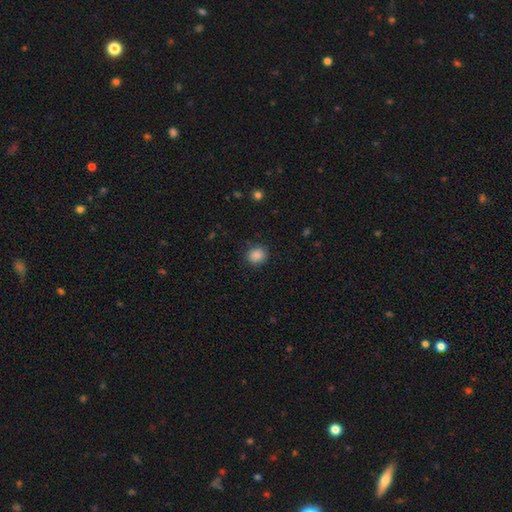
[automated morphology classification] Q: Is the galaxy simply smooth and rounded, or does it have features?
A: smooth — 87%.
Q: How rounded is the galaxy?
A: round — 79%.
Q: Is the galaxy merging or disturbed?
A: none — 86%.